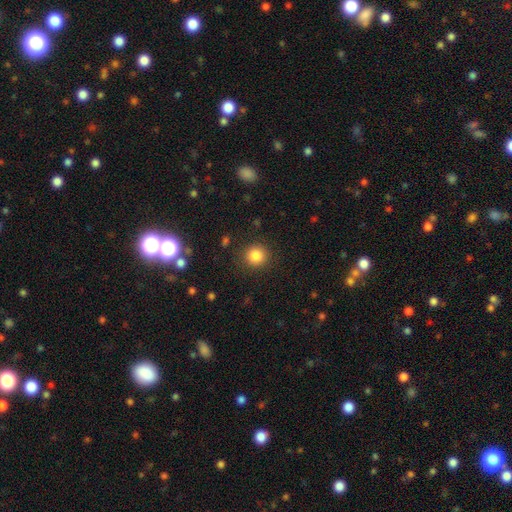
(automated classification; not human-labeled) smooth-or-featured: smooth: 84% | star or artifact: 11% | featured or disk: 5%
  how-rounded: round: 92% | in between: 7% | cigar-shaped: 1%
  merging: none: 89% | minor disturbance: 7% | major disturbance: 3% | merger: 1%